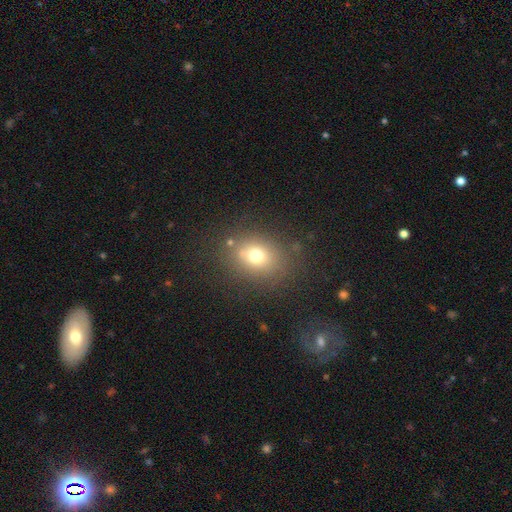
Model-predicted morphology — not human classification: Q: Smooth or featured?
A: smooth (70%); runner-up: star or artifact (17%)
Q: How rounded?
A: round (57%); runner-up: in between (42%)
Q: Merging?
A: none (77%); runner-up: minor disturbance (13%)